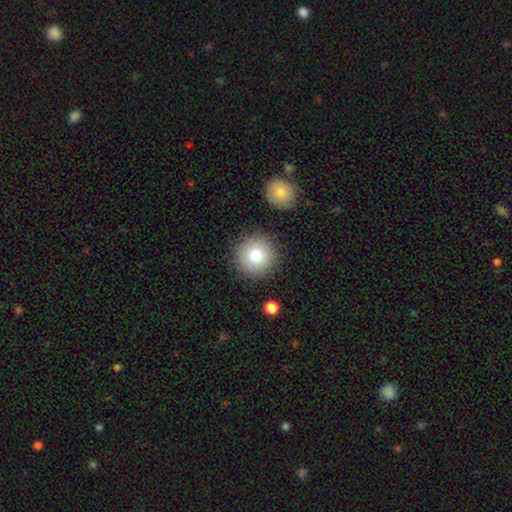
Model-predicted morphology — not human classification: The model was most divided on "smooth or featured": smooth: 79%, featured or disk: 11%, star or artifact: 10%. More confident: how rounded — round (95%); merging — none (88%).